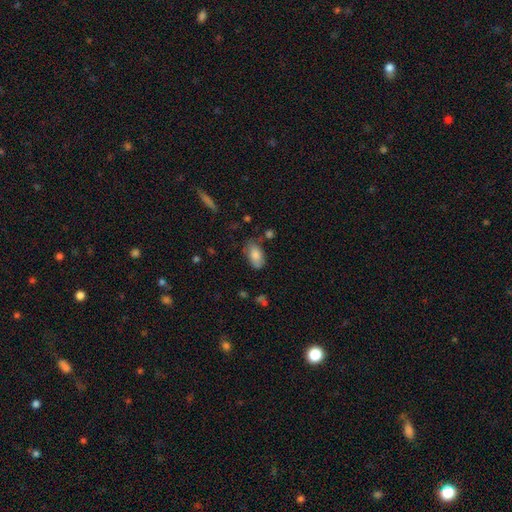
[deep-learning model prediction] A smooth galaxy with no disk features (83%) that is in between round and cigar-shaped (93%).

Vote fractions:
- Smooth or featured? smooth: 83% / featured or disk: 10% / star or artifact: 7%
- How rounded? in between: 93% / round: 5% / cigar-shaped: 2%
- Merging? none: 65% / minor disturbance: 24% / major disturbance: 7% / merger: 5%